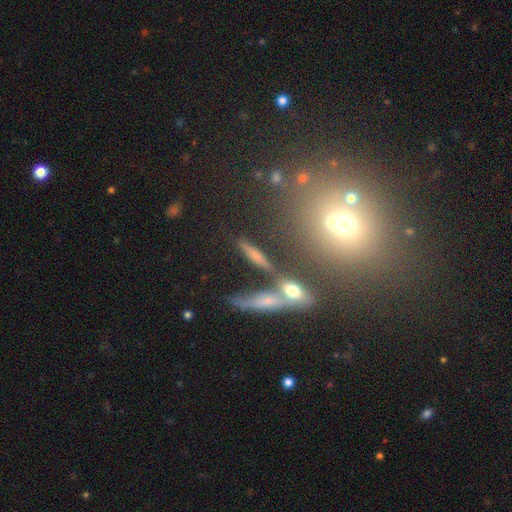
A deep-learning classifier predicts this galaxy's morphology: type=smooth (51%); roundness=cigar-shaped (72%); merging=none (60%).